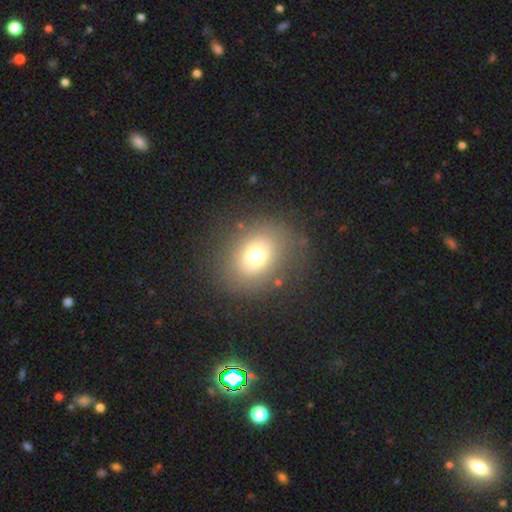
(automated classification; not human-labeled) This is likely a smooth galaxy (70%). How rounded: possibly round (55%). Merging: clearly none (82%).